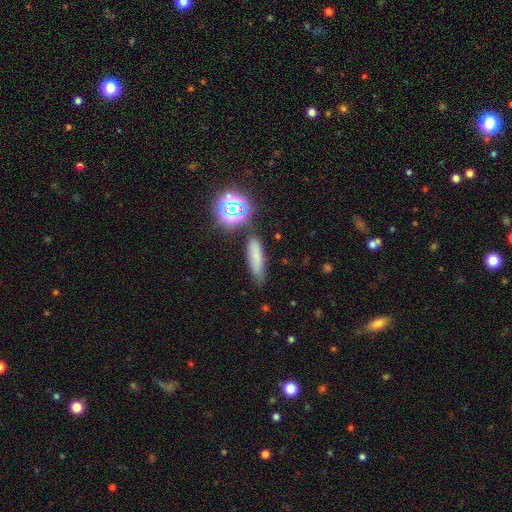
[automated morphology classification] The model was most divided on "how rounded": cigar-shaped: 63%, in between: 30%, round: 7%. More confident: merging — none (74%); smooth or featured — smooth (68%).